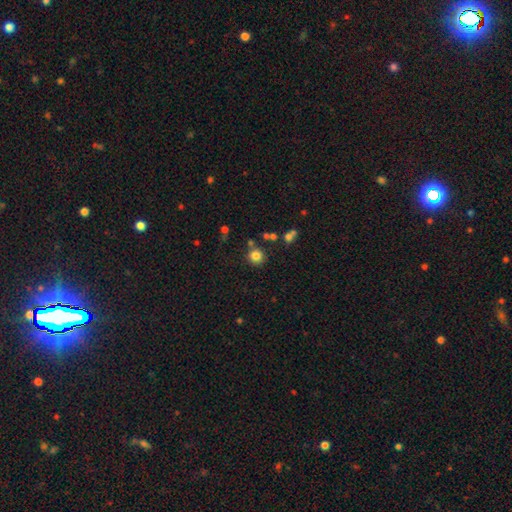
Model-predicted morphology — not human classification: type=smooth (81%); roundness=round (93%); merging=none (80%).